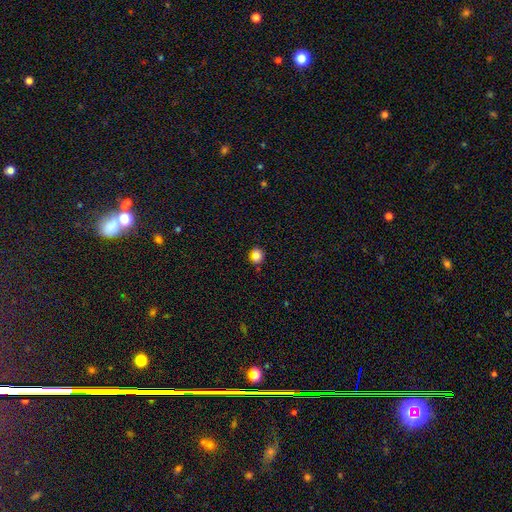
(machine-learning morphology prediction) type=smooth (82%); roundness=round (70%); merging=none (84%).